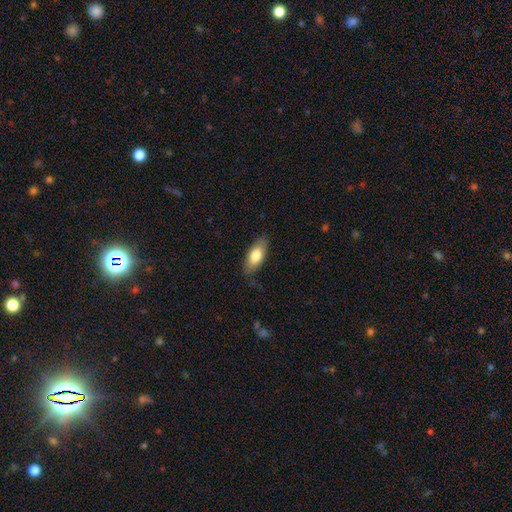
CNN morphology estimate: The model was most divided on "smooth or featured": smooth: 75%, featured or disk: 19%, star or artifact: 6%. More confident: how rounded — in between (84%); merging — none (81%).